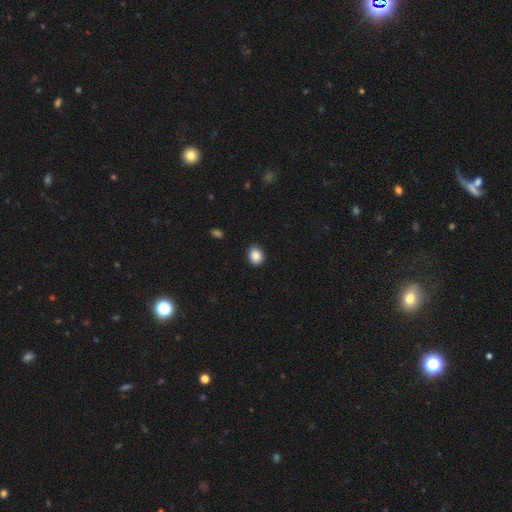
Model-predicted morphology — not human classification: The model was most divided on "how rounded": round: 59%, in between: 40%, cigar-shaped: 1%. More confident: merging — none (90%); smooth or featured — smooth (87%).